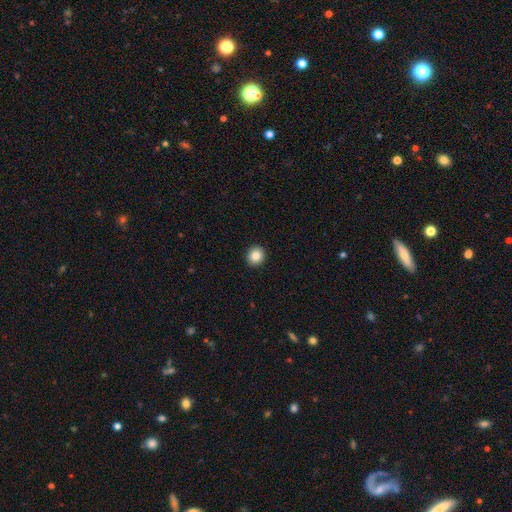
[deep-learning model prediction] Morphology: type=smooth (85%); roundness=round (87%); merging=none (93%).